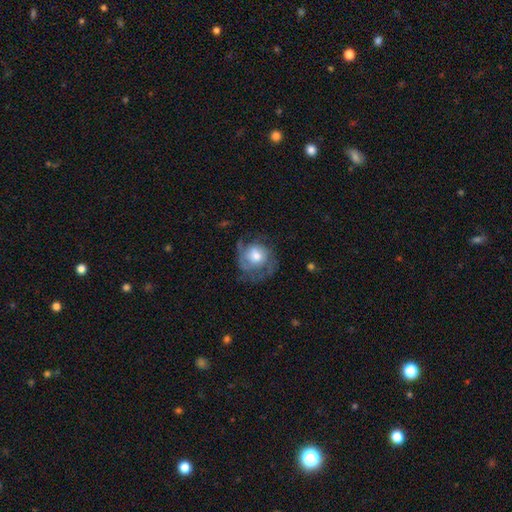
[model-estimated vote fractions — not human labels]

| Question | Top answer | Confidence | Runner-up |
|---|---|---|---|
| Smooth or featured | featured or disk | 60% | smooth (34%) |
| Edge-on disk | no | 97% | yes (3%) |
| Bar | no | 74% | weak (22%) |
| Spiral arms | yes | 79% | no (21%) |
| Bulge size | moderate | 58% | large (25%) |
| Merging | none | 53% | major disturbance (23%) |